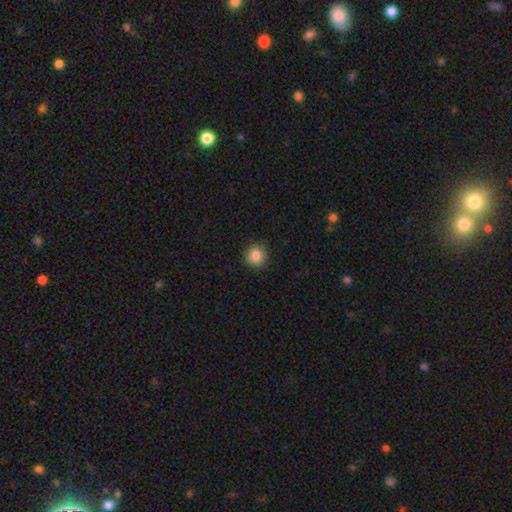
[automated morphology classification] type=smooth (85%); roundness=round (87%); merging=none (89%).